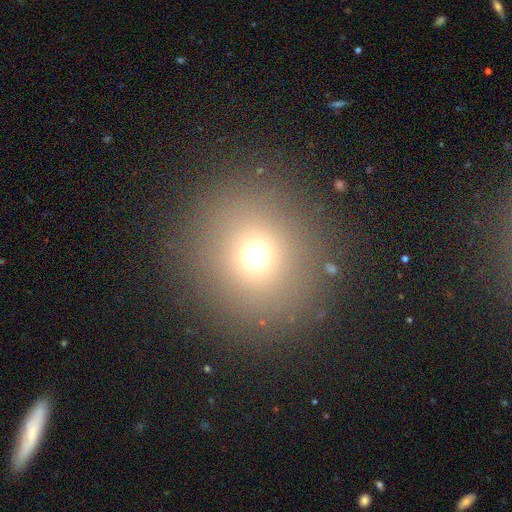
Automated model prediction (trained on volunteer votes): Smooth or featured: smooth — 66% (star or artifact — 25%)
How rounded: round — 87% (in between — 12%)
Merging: none — 87% (minor disturbance — 6%)